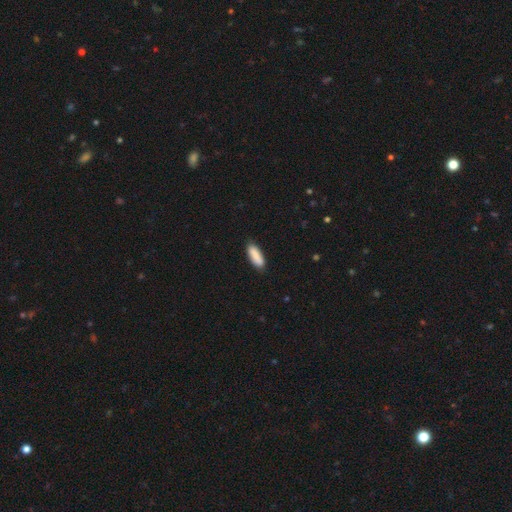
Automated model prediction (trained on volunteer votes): smooth 88%, star or artifact 6%, featured or disk 6%. Down the decision tree: how rounded — in between (58%); merging — none (85%).